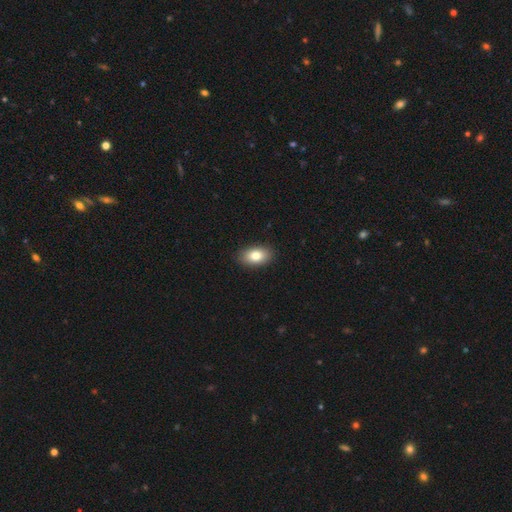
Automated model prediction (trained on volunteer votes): Overall: smooth (81%). How rounded: in between (90%). Merging: none (90%).